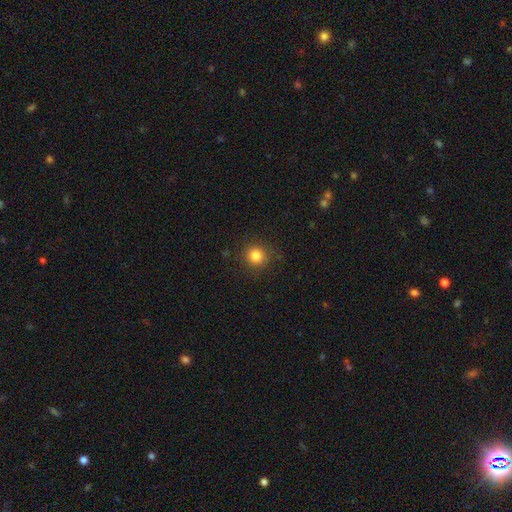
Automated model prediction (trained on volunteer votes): Smooth or featured? smooth (83%)
How rounded? round (92%)
Merging? none (88%)